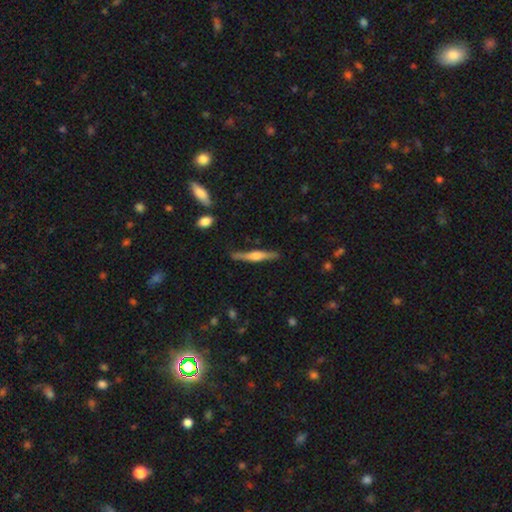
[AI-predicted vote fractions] Q: Smooth or featured?
A: featured or disk (67%); runner-up: smooth (27%)
Q: Edge-on disk?
A: yes (97%); runner-up: no (3%)
Q: Edge-on bulge?
A: rounded (68%); runner-up: boxy (24%)
Q: Merging?
A: none (86%); runner-up: minor disturbance (10%)